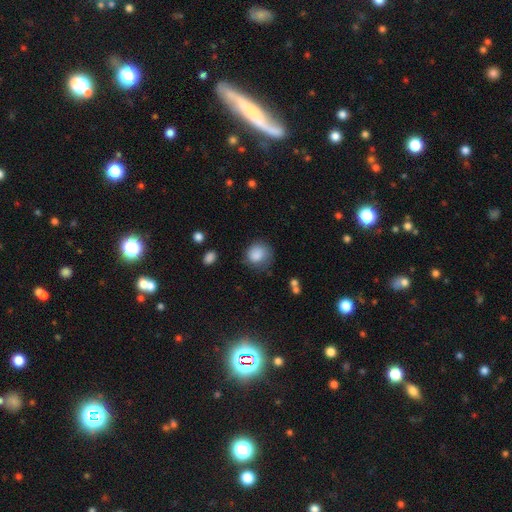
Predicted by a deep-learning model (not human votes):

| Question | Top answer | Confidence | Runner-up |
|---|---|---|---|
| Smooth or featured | smooth | 86% | star or artifact (8%) |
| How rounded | round | 80% | in between (19%) |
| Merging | none | 66% | minor disturbance (23%) |